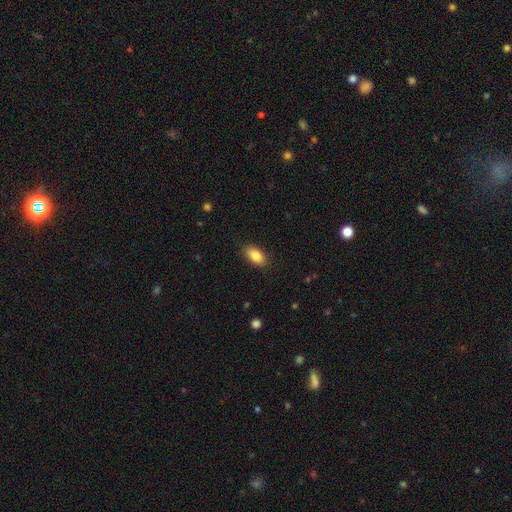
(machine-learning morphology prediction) Smooth or featured? Predicted: smooth (p=0.85). How rounded? Predicted: in between (p=0.90). Merging? Predicted: none (p=0.86).